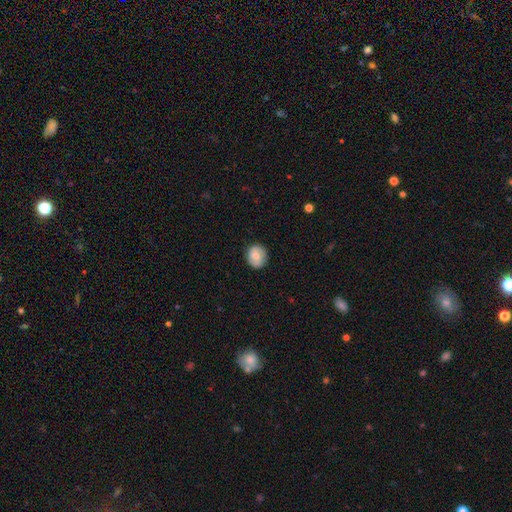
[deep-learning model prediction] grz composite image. It shows a smooth galaxy with no disk features (56%) that is round (76%). Merging: none (84%).